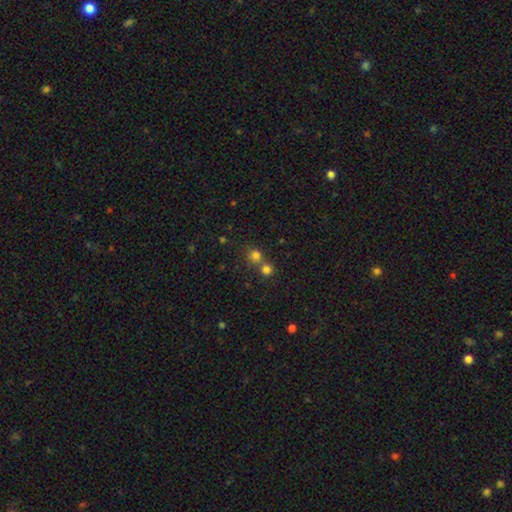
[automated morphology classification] smooth_or_featured: smooth (p=0.75) [alt: star or artifact p=0.18]
how_rounded: round (p=0.88) [alt: in between p=0.11]
merging: none (p=0.52) [alt: merger p=0.40]